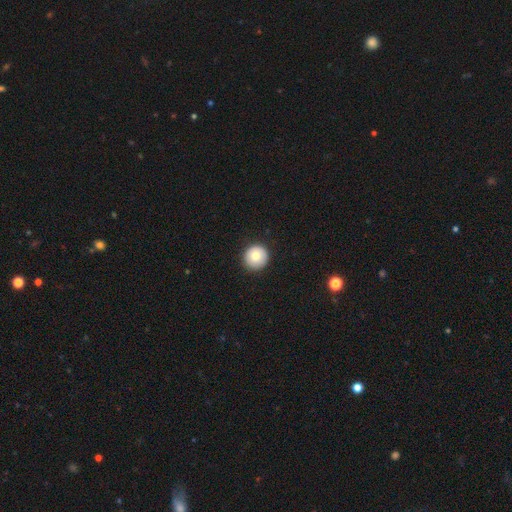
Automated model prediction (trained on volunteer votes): Q: Smooth or featured?
A: smooth (79%); runner-up: featured or disk (13%)
Q: How rounded?
A: round (96%); runner-up: in between (3%)
Q: Merging?
A: none (91%); runner-up: minor disturbance (6%)